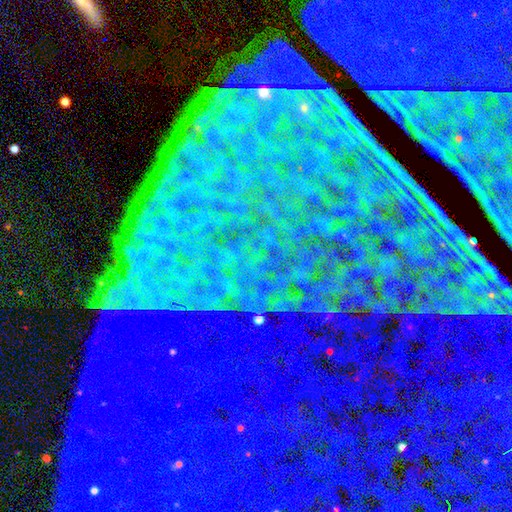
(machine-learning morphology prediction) This appears to be a star or artifact, not a galaxy (87%).